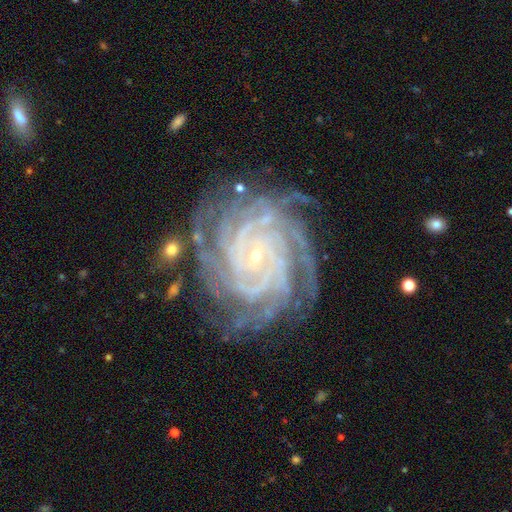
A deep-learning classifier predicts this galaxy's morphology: smooth_or_featured: featured or disk (p=0.92) [alt: star or artifact p=0.05]
disk_edge_on: no (p=0.98) [alt: yes p=0.02]
bar: no (p=0.69) [alt: weak p=0.20]
has_spiral_arms: yes (p=0.99) [alt: no p=0.01]
spiral_winding: tight (p=0.83) [alt: medium p=0.15]
spiral_arm_count: more than 4 (p=0.36) [alt: 4 p=0.26]
bulge_size: small (p=0.88) [alt: moderate p=0.08]
merging: none (p=0.79) [alt: minor disturbance p=0.14]